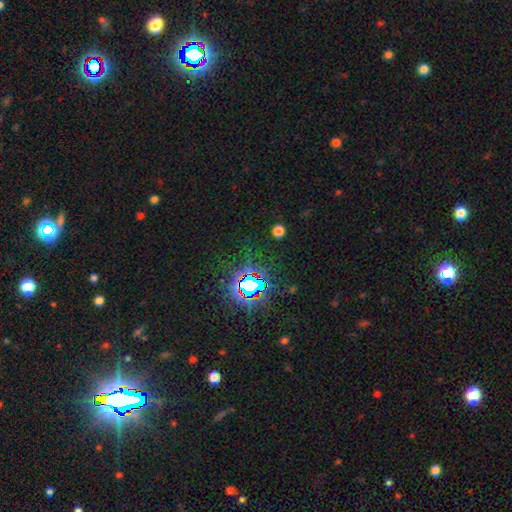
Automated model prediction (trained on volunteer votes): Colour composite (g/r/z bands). It shows a star or artifact, not a galaxy (82%).